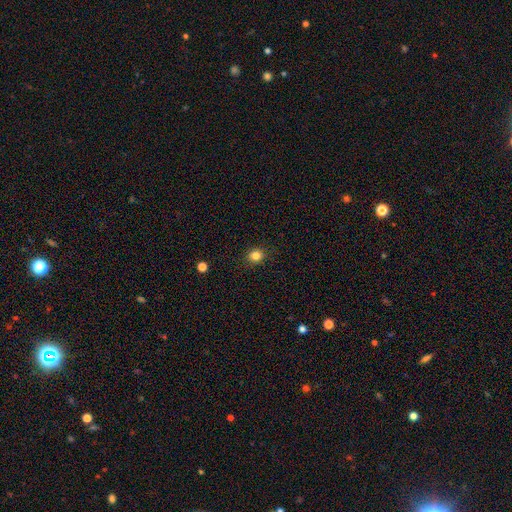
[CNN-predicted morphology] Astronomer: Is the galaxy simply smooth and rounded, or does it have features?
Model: smooth — 83%.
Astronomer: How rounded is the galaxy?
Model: round — 79%.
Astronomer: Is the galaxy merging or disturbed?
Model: none — 90%.